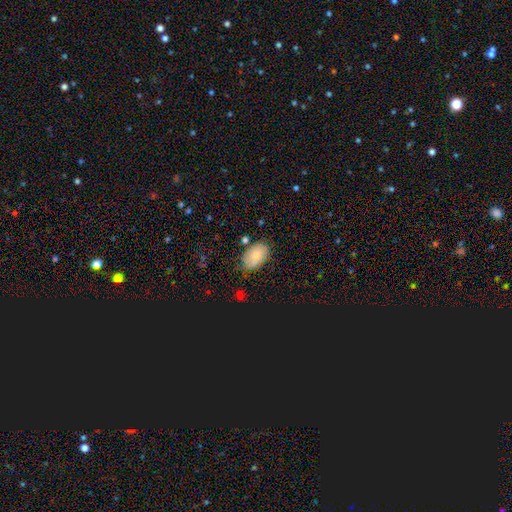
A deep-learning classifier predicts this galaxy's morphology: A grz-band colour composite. It shows a smooth galaxy with no disk features (73%) that is in between round and cigar-shaped (91%). Merging: none (72%).